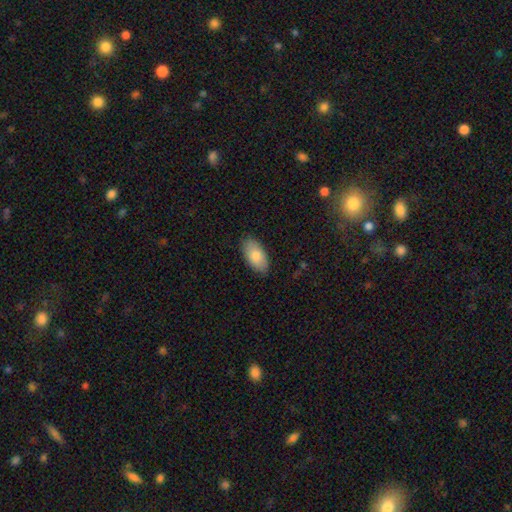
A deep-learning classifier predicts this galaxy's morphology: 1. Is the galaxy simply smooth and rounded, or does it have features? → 82% smooth, 12% featured or disk, 6% star or artifact.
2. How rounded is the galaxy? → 95% in between, 3% cigar-shaped, 3% round.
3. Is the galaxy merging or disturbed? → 86% none, 11% minor disturbance, 2% major disturbance, 1% merger.